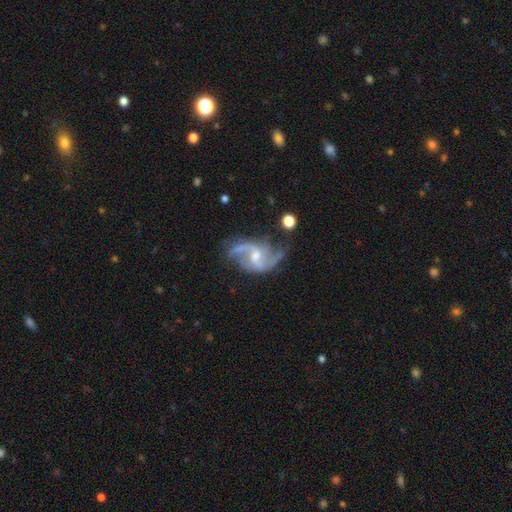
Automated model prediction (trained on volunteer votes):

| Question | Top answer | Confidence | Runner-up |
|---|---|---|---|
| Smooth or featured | featured or disk | 89% | star or artifact (6%) |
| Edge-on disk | no | 97% | yes (3%) |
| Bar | weak | 53% | no (30%) |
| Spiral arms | yes | 97% | no (3%) |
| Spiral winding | loose | 51% | medium (40%) |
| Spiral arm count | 2 | 80% | 3 (8%) |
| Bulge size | moderate | 49% | small (42%) |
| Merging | none | 61% | minor disturbance (21%) |